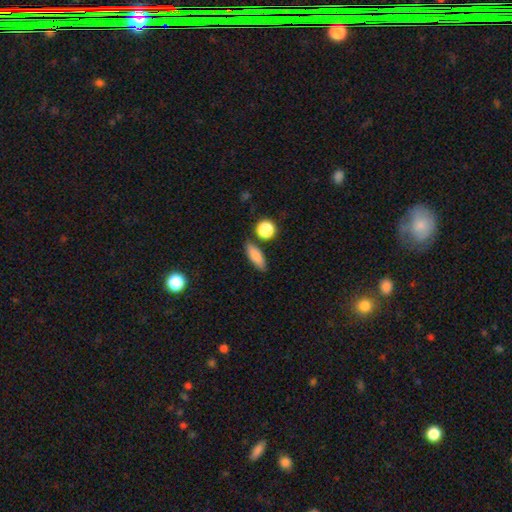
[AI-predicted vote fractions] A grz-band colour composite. It shows a smooth galaxy with no disk features (84%) that is in between round and cigar-shaped (66%). Merging: none (81%).